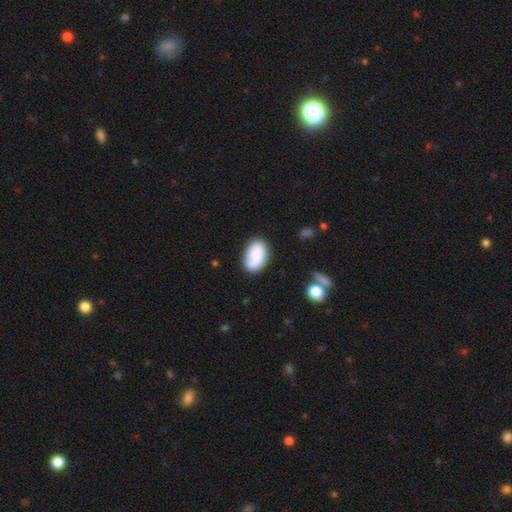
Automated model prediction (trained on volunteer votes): Smooth or featured?
  - smooth: 75% *
  - featured or disk: 18%
  - star or artifact: 8%
How rounded?
  - in between: 90% *
  - round: 9%
  - cigar-shaped: 1%
Merging?
  - none: 74% *
  - minor disturbance: 18%
  - major disturbance: 5%
  - merger: 3%